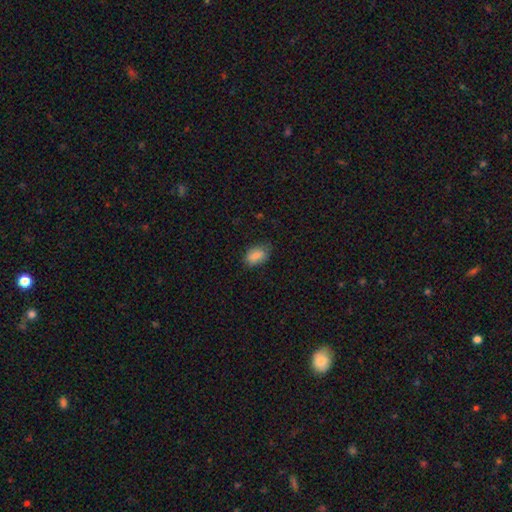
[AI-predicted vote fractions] Overall: smooth (83%). How rounded: in between (88%). Merging: none (70%).